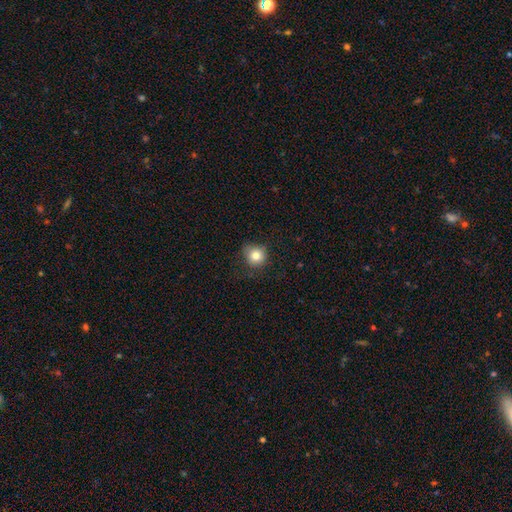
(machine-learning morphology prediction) smooth_or_featured: smooth (p=0.80) [alt: star or artifact p=0.12]
how_rounded: round (p=0.88) [alt: in between p=0.11]
merging: none (p=0.75) [alt: minor disturbance p=0.18]